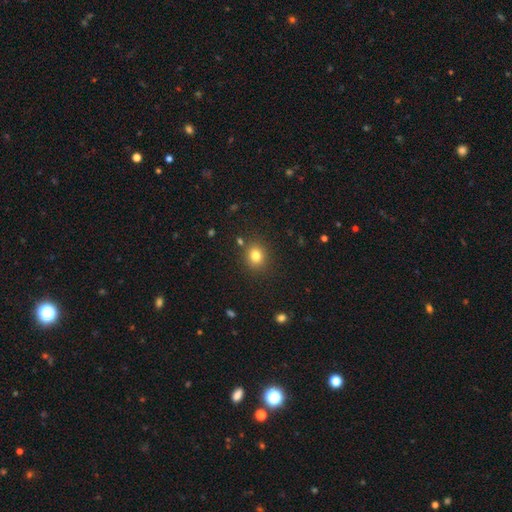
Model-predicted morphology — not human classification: Overall: smooth (80%). How rounded: round (71%). Merging: none (85%).